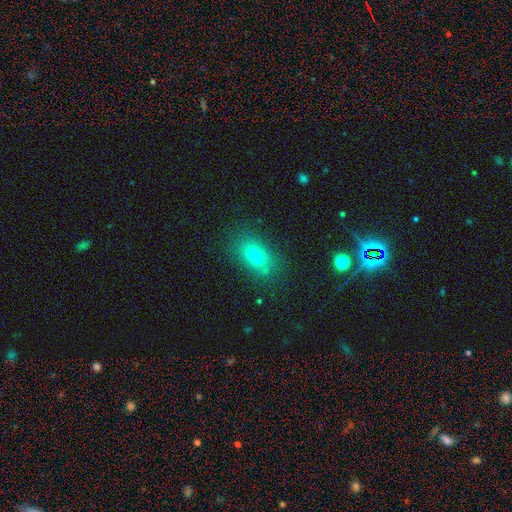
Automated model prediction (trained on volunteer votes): This is likely a smooth galaxy (75%). How rounded: clearly in between (84%). Merging: likely none (80%).